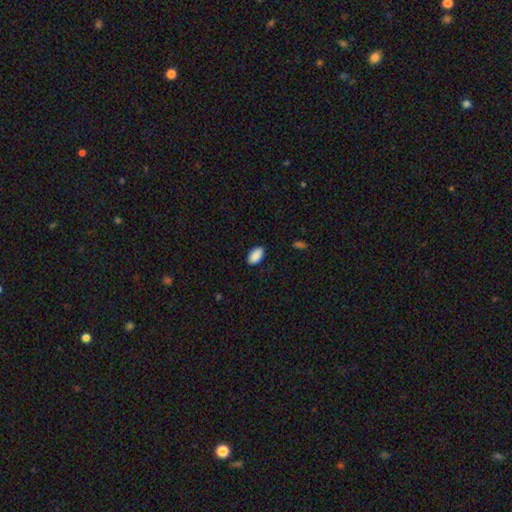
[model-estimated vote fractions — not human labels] Smooth or featured? Predicted: smooth (p=0.90). How rounded? Predicted: in between (p=0.94). Merging? Predicted: none (p=0.86).